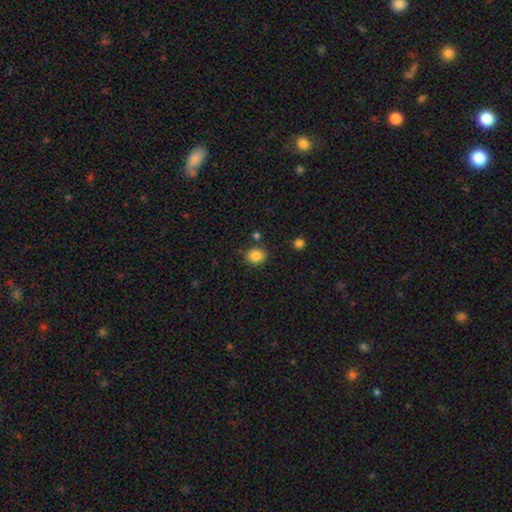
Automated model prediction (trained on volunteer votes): smooth-or-featured: smooth: 85% | star or artifact: 10% | featured or disk: 5%
  how-rounded: round: 64% | in between: 35% | cigar-shaped: 1%
  merging: none: 83% | minor disturbance: 10% | merger: 5% | major disturbance: 3%